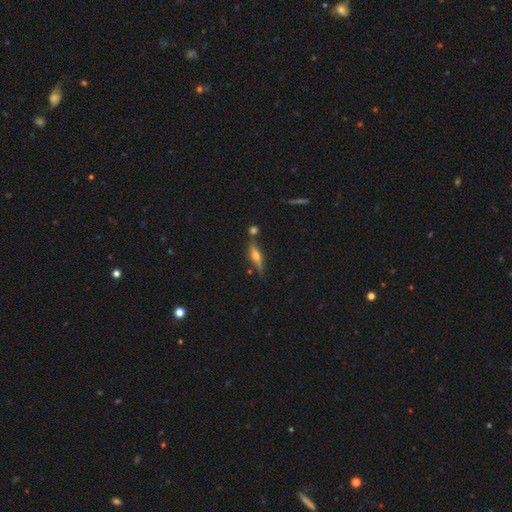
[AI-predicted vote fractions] Smooth or featured? featured or disk (58%)
Edge-on disk? yes (92%)
Edge-on bulge? rounded (90%)
Merging? none (70%)